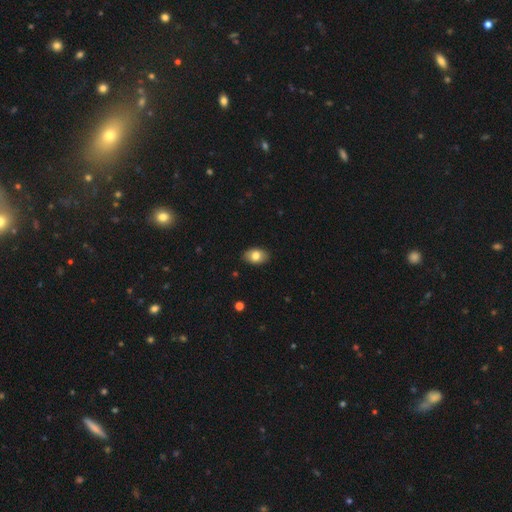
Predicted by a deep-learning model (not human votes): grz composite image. It shows a smooth galaxy with no disk features (80%) that is in between round and cigar-shaped (86%). Merging: none (88%).